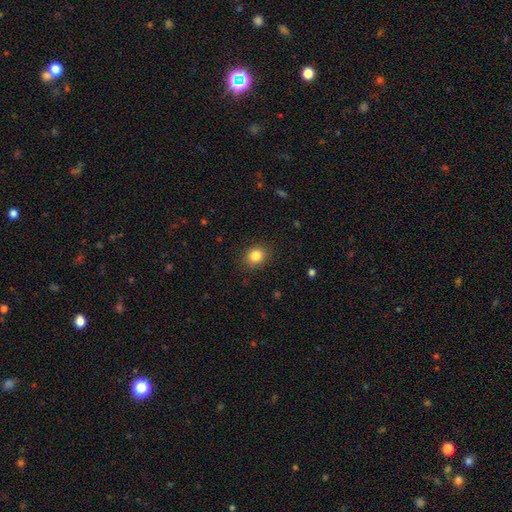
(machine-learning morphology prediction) Smooth or featured: smooth — 84% (star or artifact — 11%)
How rounded: round — 69% (in between — 30%)
Merging: none — 87% (minor disturbance — 9%)